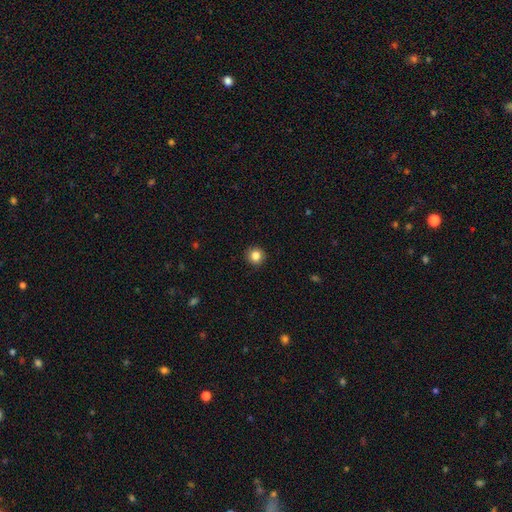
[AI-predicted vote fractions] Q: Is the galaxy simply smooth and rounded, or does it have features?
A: smooth — 85%.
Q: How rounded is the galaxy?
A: round — 93%.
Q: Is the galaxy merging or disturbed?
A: none — 92%.